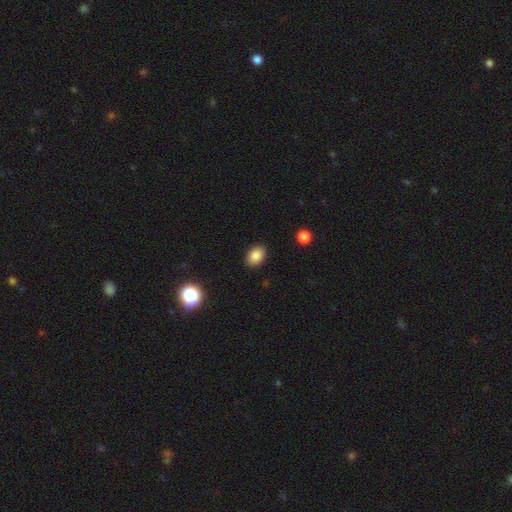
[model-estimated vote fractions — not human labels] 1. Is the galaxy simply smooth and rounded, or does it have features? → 85% smooth, 9% star or artifact, 5% featured or disk.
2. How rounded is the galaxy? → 78% in between, 21% round, 1% cigar-shaped.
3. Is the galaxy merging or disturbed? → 89% none, 8% minor disturbance, 2% major disturbance, 1% merger.